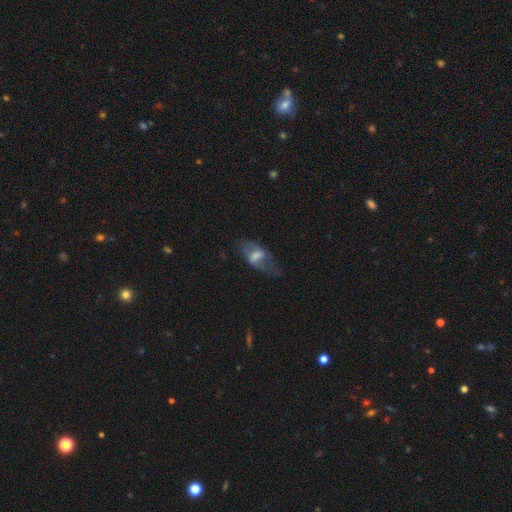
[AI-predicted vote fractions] Smooth or featured?
  - featured or disk: 46% *
  - smooth: 45%
  - star or artifact: 9%
Merging?
  - none: 51% *
  - minor disturbance: 25%
  - major disturbance: 23%
  - merger: 2%